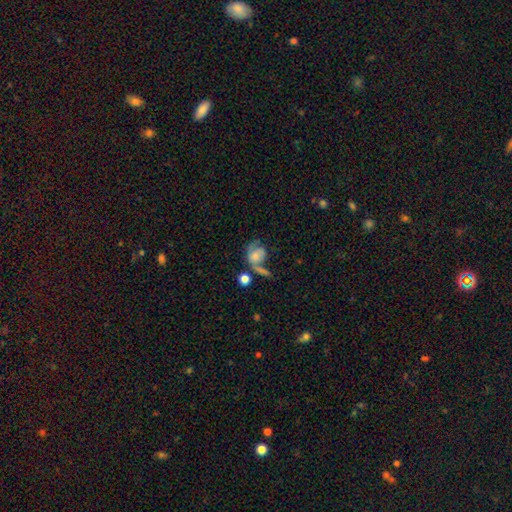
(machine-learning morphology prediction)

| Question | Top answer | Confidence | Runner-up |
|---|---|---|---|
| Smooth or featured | smooth | 51% | featured or disk (39%) |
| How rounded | in between | 51% | round (47%) |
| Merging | major disturbance | 32% | merger (26%) |